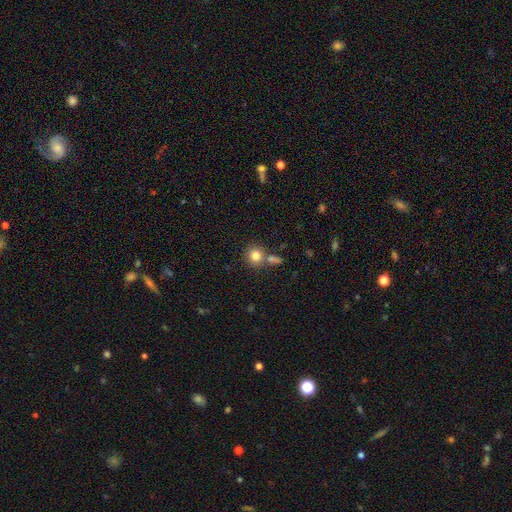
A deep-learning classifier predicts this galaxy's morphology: type=smooth (83%); roundness=round (87%); merging=none (64%).